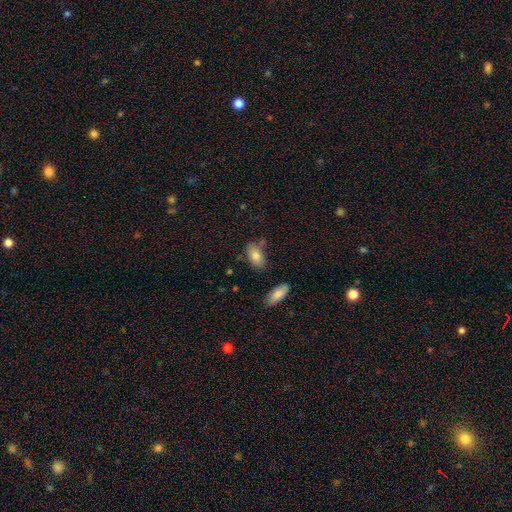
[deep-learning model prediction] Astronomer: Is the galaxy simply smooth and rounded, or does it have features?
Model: smooth — 80%.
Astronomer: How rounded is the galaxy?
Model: in between — 91%.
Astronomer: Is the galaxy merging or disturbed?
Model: none — 65%.